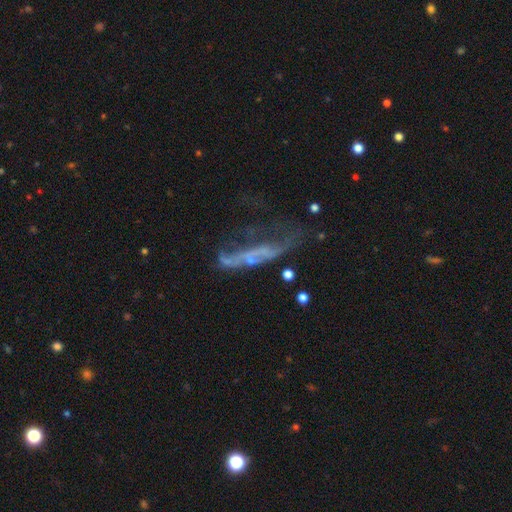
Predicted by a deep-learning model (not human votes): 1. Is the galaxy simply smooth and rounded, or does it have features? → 58% featured or disk, 26% smooth, 16% star or artifact.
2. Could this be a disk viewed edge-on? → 69% no, 31% yes.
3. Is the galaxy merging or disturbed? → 42% major disturbance, 27% none, 18% minor disturbance, 13% merger.